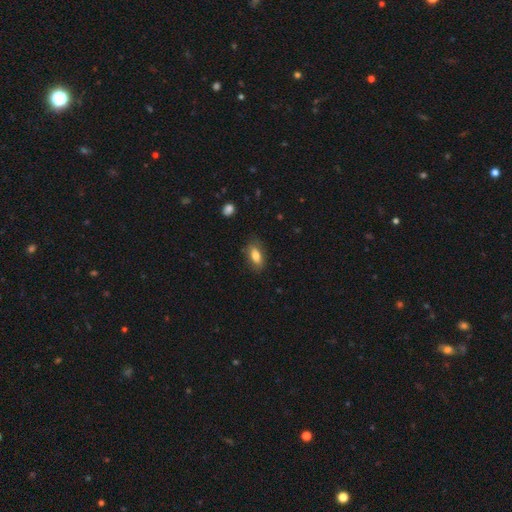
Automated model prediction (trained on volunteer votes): Smooth or featured? smooth (78%)
How rounded? in between (83%)
Merging? none (80%)